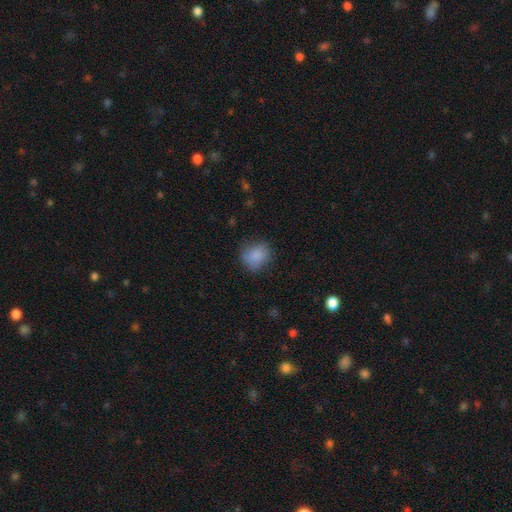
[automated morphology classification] A smooth galaxy with no disk features (85%) that is round (72%).

Vote fractions:
- Smooth or featured? smooth: 85% / star or artifact: 9% / featured or disk: 6%
- How rounded? round: 72% / in between: 27% / cigar-shaped: 1%
- Merging? none: 74% / minor disturbance: 19% / major disturbance: 5% / merger: 1%